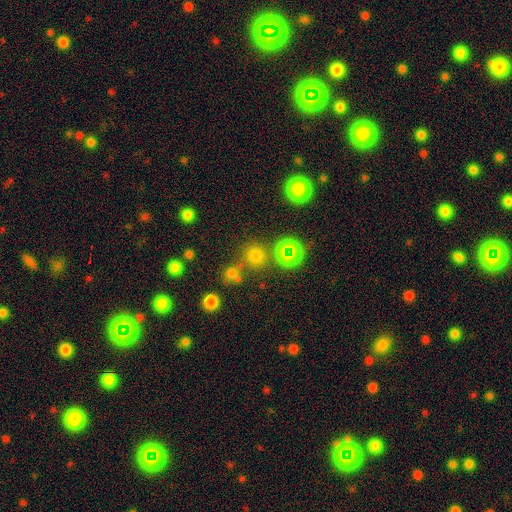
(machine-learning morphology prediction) smooth 67%, star or artifact 26%, featured or disk 7%. Down the decision tree: how rounded — round (90%); merging — none (71%).